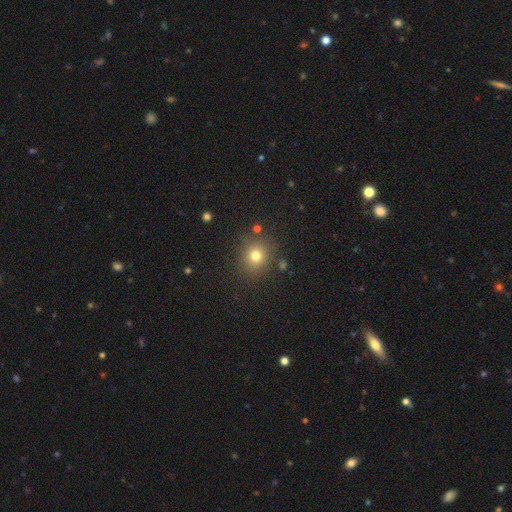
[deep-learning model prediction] smooth 75%, star or artifact 17%, featured or disk 8%. Down the decision tree: how rounded — round (81%); merging — none (84%).